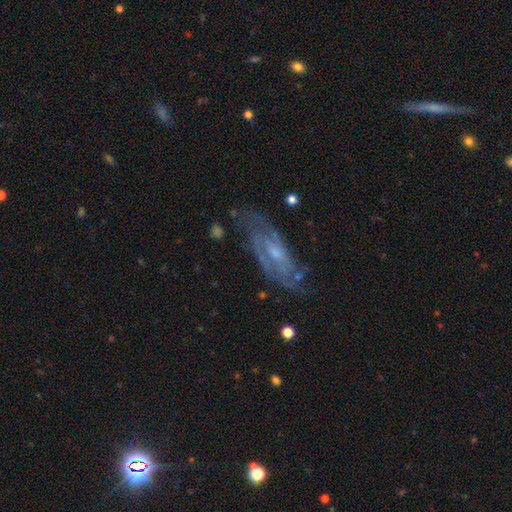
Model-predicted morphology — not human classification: The model was most divided on "spiral arm count": can't tell: 40%, 2: 36%, 3: 10%, 4: 5%, 1: 5%, more than 4: 4%. More confident: spiral arms — yes (90%); edge-on disk — no (86%); merging — none (76%); smooth or featured — featured or disk (73%); bulge size — small (59%); bar — no (54%); spiral winding — tight (51%).